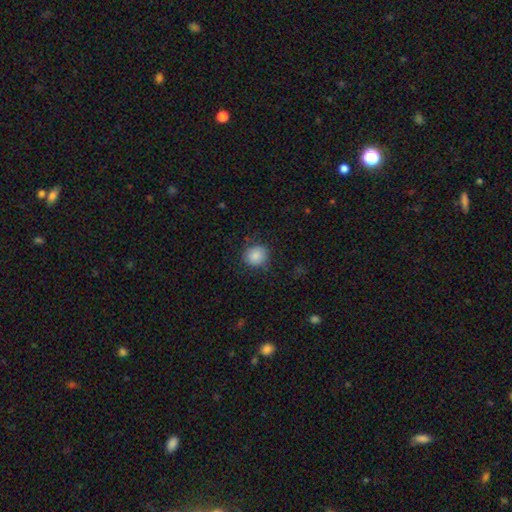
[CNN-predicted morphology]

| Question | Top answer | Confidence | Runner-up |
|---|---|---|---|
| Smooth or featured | smooth | 86% | star or artifact (8%) |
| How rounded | round | 79% | in between (20%) |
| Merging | none | 81% | minor disturbance (14%) |